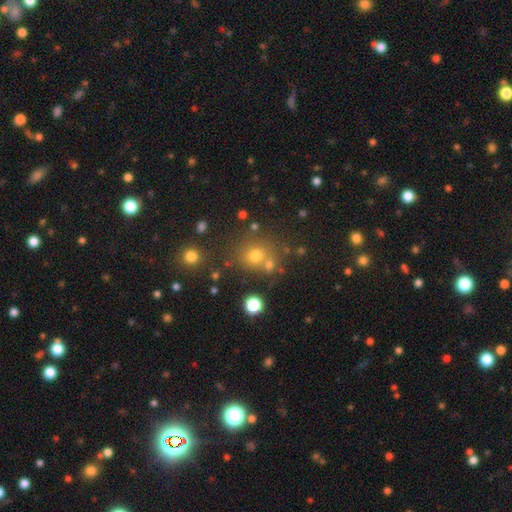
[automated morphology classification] Smooth or featured?
  - smooth: 70% *
  - star or artifact: 21%
  - featured or disk: 9%
How rounded?
  - round: 86% *
  - in between: 13%
  - cigar-shaped: 1%
Merging?
  - none: 68% *
  - merger: 18%
  - minor disturbance: 10%
  - major disturbance: 4%